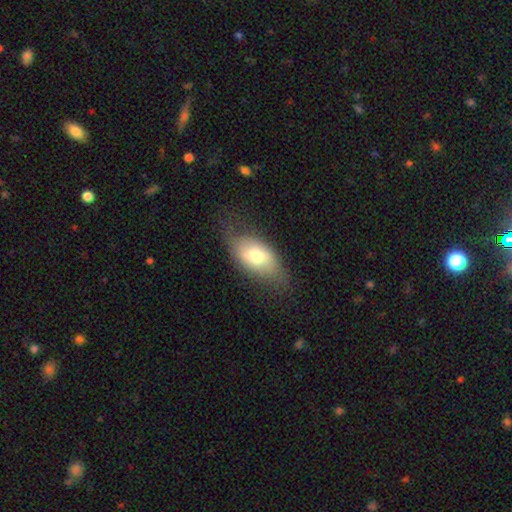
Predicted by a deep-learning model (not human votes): Smooth or featured?
  - smooth: 61% *
  - featured or disk: 32%
  - star or artifact: 7%
How rounded?
  - in between: 90% *
  - round: 6%
  - cigar-shaped: 4%
Merging?
  - none: 63% *
  - minor disturbance: 25%
  - major disturbance: 10%
  - merger: 1%